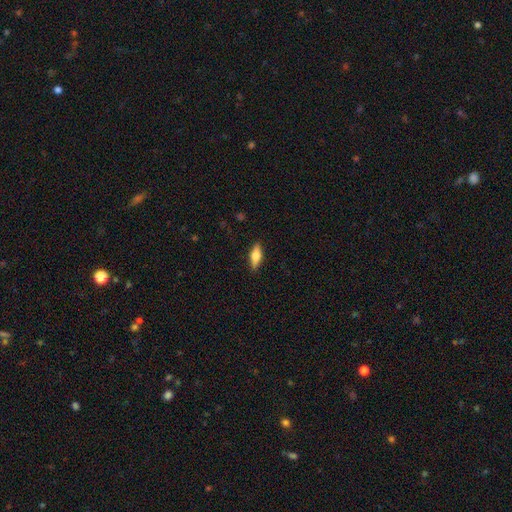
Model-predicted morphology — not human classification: The model was most divided on "smooth or featured": smooth: 61%, featured or disk: 32%, star or artifact: 6%. More confident: merging — none (88%); how rounded — in between (65%).